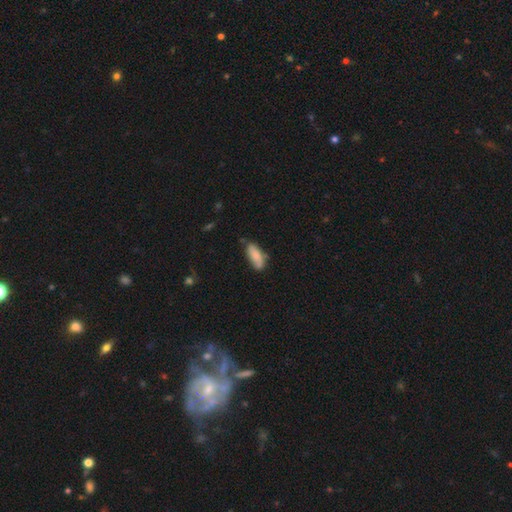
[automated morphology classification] This is likely a smooth galaxy (78%). How rounded: likely in between (76%). Merging: likely none (61%).